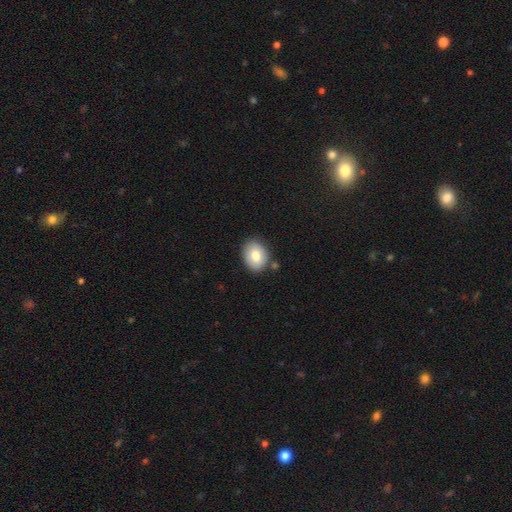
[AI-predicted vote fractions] Smooth or featured?
  - smooth: 77% *
  - featured or disk: 16%
  - star or artifact: 8%
How rounded?
  - in between: 59% *
  - round: 40%
  - cigar-shaped: 1%
Merging?
  - none: 81% *
  - minor disturbance: 12%
  - merger: 5%
  - major disturbance: 3%